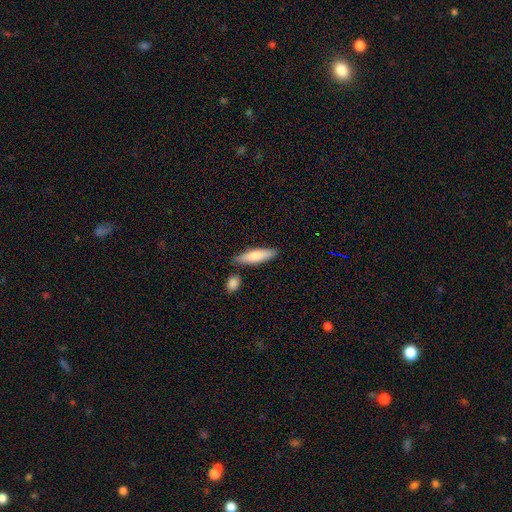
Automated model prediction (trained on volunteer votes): Q: Smooth or featured?
A: smooth (79%); runner-up: featured or disk (16%)
Q: How rounded?
A: cigar-shaped (64%); runner-up: in between (34%)
Q: Merging?
A: none (79%); runner-up: minor disturbance (12%)